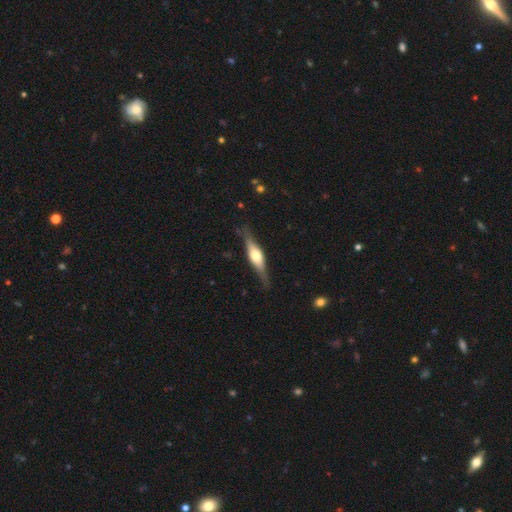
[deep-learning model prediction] This is likely a featured or disk galaxy (69%). It is clearly viewed edge-on (95%). Edge-on bulge: clearly rounded (87%). Merging: clearly none (82%).